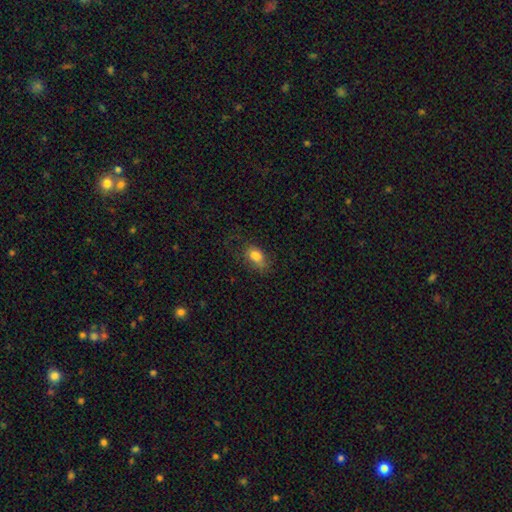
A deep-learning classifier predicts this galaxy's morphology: Smooth or featured? smooth (78%)
How rounded? in between (84%)
Merging? none (57%)